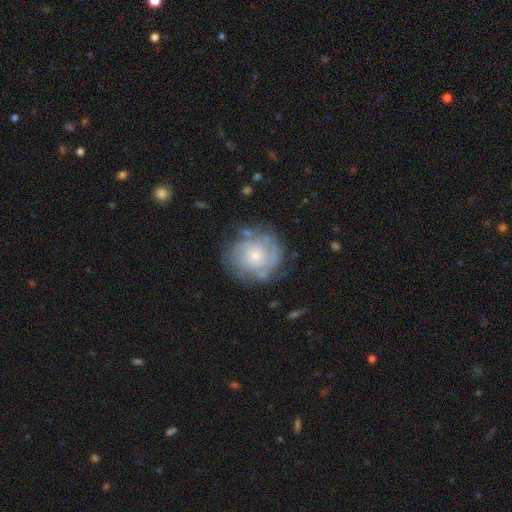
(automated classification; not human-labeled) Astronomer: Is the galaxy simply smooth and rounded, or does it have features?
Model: featured or disk — 67%.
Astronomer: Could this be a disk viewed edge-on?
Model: no — 98%.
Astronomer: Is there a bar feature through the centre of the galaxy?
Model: no — 83%.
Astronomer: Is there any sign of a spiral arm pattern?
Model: yes — 82%.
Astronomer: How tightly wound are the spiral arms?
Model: tight — 64%.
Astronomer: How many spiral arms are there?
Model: can't tell — 47%.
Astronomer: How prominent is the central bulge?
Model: small — 64%.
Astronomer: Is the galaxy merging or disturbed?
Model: none — 71%.